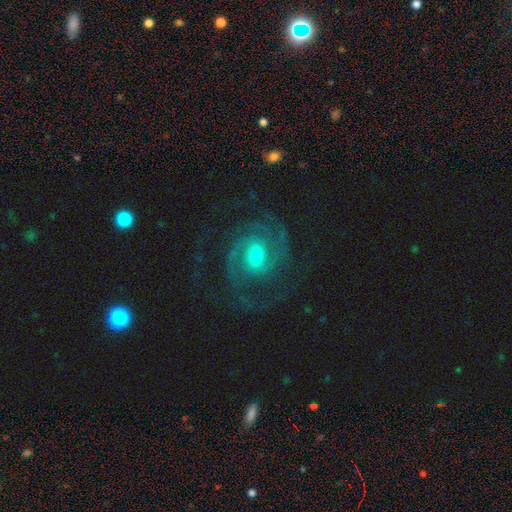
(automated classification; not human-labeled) smooth_or_featured: featured or disk (p=0.91) [alt: star or artifact p=0.05]
disk_edge_on: no (p=0.98) [alt: yes p=0.02]
bar: no (p=0.47) [alt: weak p=0.41]
has_spiral_arms: yes (p=0.98) [alt: no p=0.02]
spiral_winding: medium (p=0.51) [alt: tight p=0.39]
spiral_arm_count: 2 (p=0.72) [alt: 3 p=0.13]
bulge_size: small (p=0.52) [alt: moderate p=0.43]
merging: none (p=0.75) [alt: minor disturbance p=0.14]